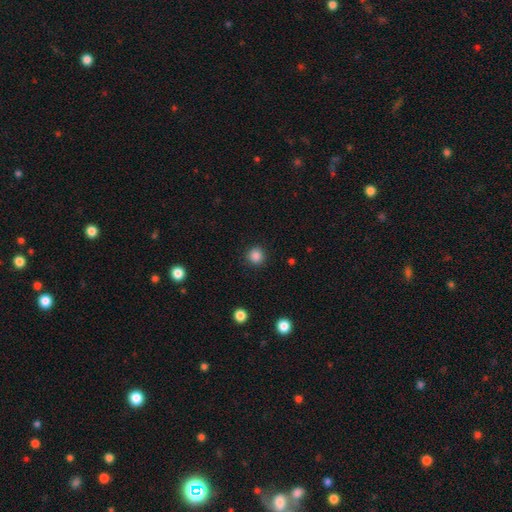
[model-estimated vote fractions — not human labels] Smooth or featured? smooth (85%)
How rounded? round (93%)
Merging? none (91%)